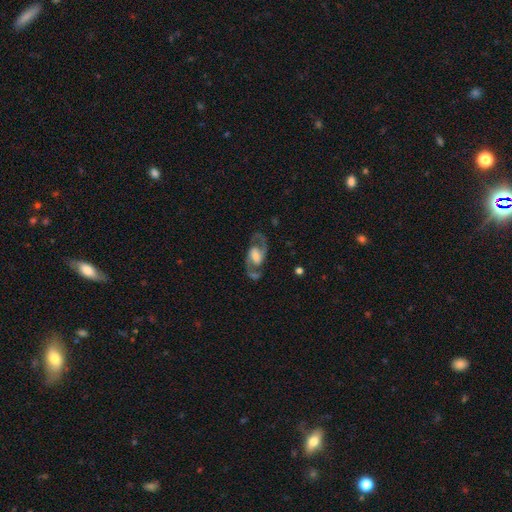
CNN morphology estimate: This appears to be a featured or disk galaxy (87%) with a weak bar (45%), 2 (93%) medium (61%) spiral arms (95%) and a moderate central bulge (37%). Merging: none (76%).